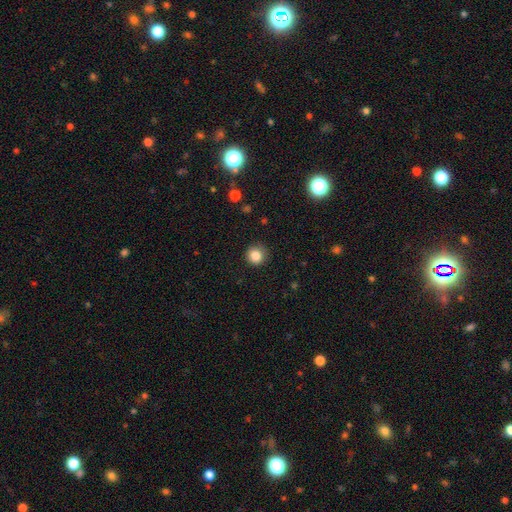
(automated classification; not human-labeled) Smooth or featured? Predicted: smooth (p=0.84). How rounded? Predicted: round (p=0.93). Merging? Predicted: none (p=0.89).